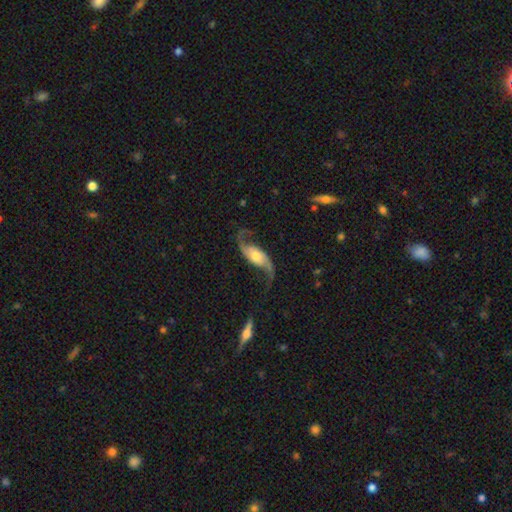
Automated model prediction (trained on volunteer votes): Smooth or featured: featured or disk — 88% (smooth — 7%)
Edge-on disk: no — 94% (yes — 6%)
Bar: no — 54% (weak — 30%)
Spiral arms: yes — 97% (no — 3%)
Spiral winding: loose — 84% (medium — 12%)
Spiral arm count: 2 — 94% (1 — 2%)
Bulge size: moderate — 55% (small — 26%)
Merging: none — 72% (minor disturbance — 14%)